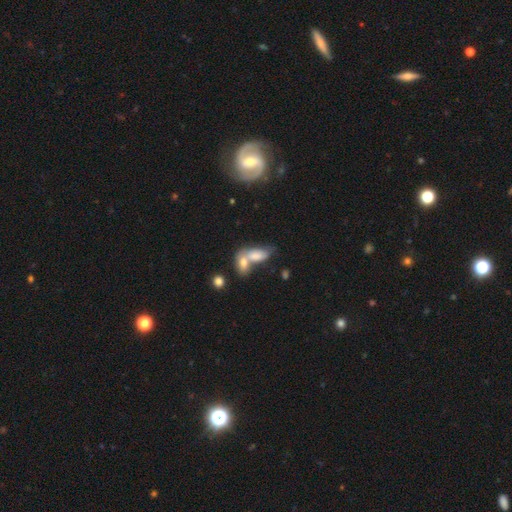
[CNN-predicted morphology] This is likely a smooth galaxy (73%). How rounded: clearly in between (87%). Merging: likely merger (64%).